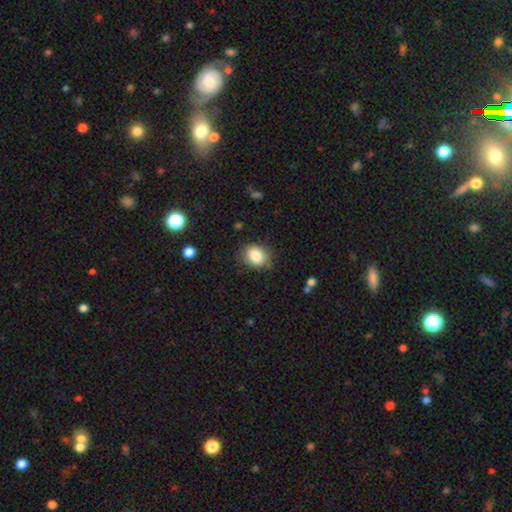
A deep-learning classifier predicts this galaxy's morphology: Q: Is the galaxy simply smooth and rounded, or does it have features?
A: smooth — 84%.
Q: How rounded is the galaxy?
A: in between — 52%.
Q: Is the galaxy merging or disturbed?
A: none — 80%.